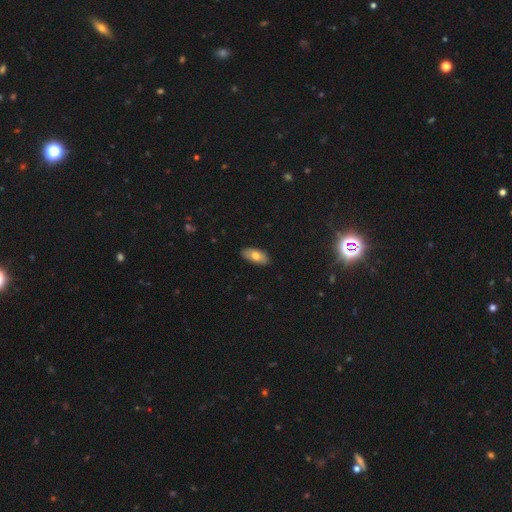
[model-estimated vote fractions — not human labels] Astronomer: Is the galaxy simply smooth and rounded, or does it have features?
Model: smooth — 74%.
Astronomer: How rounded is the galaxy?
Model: in between — 89%.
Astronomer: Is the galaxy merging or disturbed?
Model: none — 87%.